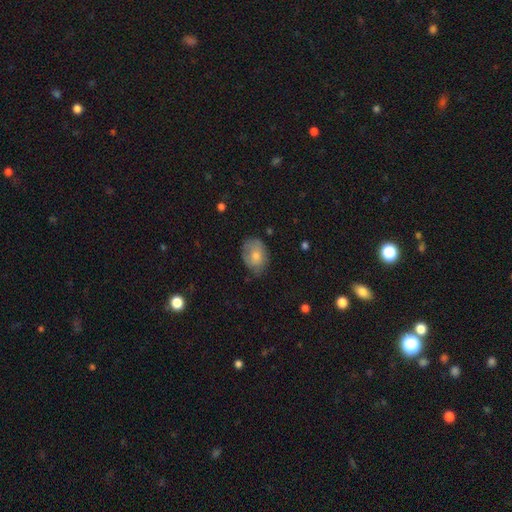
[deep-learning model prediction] This appears to be a smooth galaxy with no disk features (69%) that is in between round and cigar-shaped (69%). Merging: none (58%).